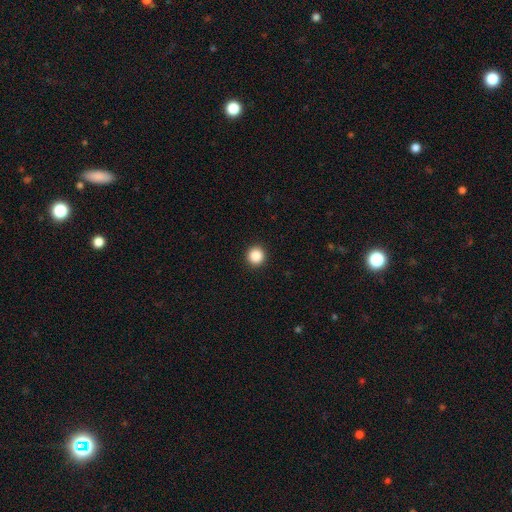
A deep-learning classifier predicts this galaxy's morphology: Smooth or featured?
  - smooth: 87% *
  - star or artifact: 10%
  - featured or disk: 3%
How rounded?
  - round: 95% *
  - in between: 4%
  - cigar-shaped: 1%
Merging?
  - none: 93% *
  - minor disturbance: 4%
  - major disturbance: 2%
  - merger: 1%